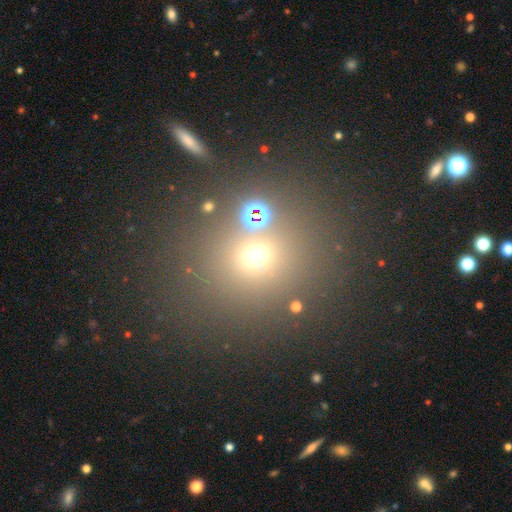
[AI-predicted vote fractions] Q: Smooth or featured?
A: smooth (58%); runner-up: star or artifact (31%)
Q: How rounded?
A: round (77%); runner-up: in between (22%)
Q: Merging?
A: none (71%); runner-up: merger (15%)